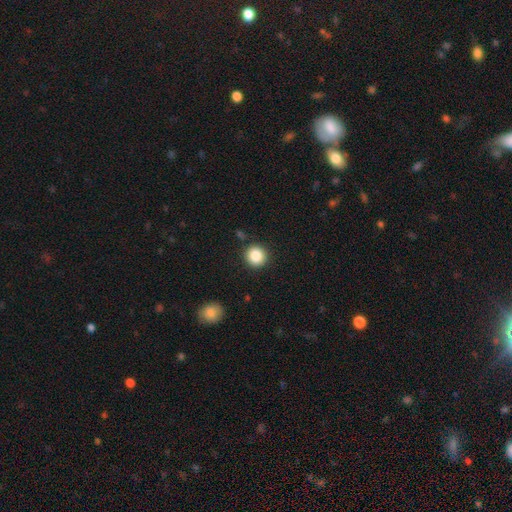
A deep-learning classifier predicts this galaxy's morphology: Smooth or featured?
  - smooth: 86% *
  - star or artifact: 9%
  - featured or disk: 4%
How rounded?
  - round: 93% *
  - in between: 6%
  - cigar-shaped: 1%
Merging?
  - none: 90% *
  - minor disturbance: 6%
  - major disturbance: 2%
  - merger: 2%